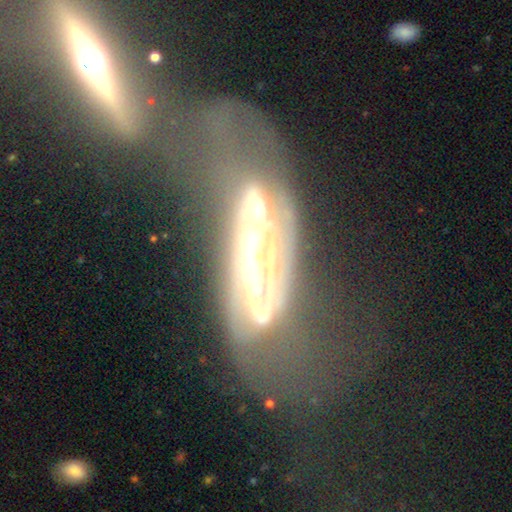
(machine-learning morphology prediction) A featured or disk galaxy (79%) with a strong bar (61%), spiral arms (69%) and a moderate central bulge (34%). Merging: major disturbance (37%).